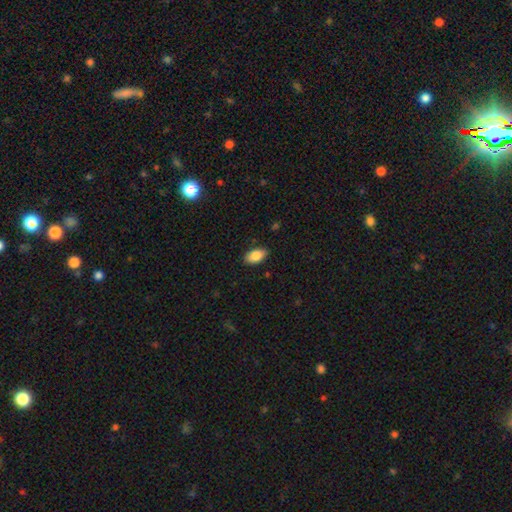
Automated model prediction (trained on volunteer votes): This is clearly a smooth galaxy (84%). How rounded: clearly in between (93%). Merging: clearly none (88%).